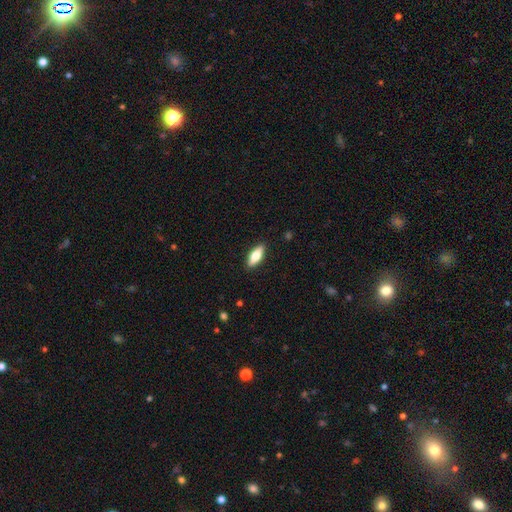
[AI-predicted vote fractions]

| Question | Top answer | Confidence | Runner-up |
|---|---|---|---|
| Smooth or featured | smooth | 64% | featured or disk (29%) |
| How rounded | in between | 63% | cigar-shaped (35%) |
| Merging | none | 89% | minor disturbance (8%) |